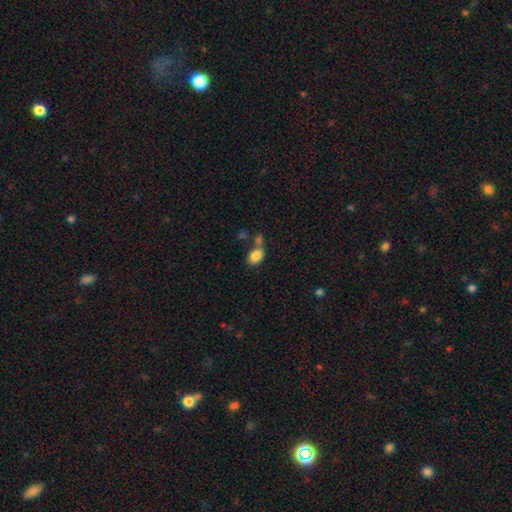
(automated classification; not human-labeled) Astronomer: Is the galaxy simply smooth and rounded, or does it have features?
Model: smooth — 84%.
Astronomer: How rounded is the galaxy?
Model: in between — 77%.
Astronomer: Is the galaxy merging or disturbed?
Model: none — 48% (runner-up: merger, 32%).